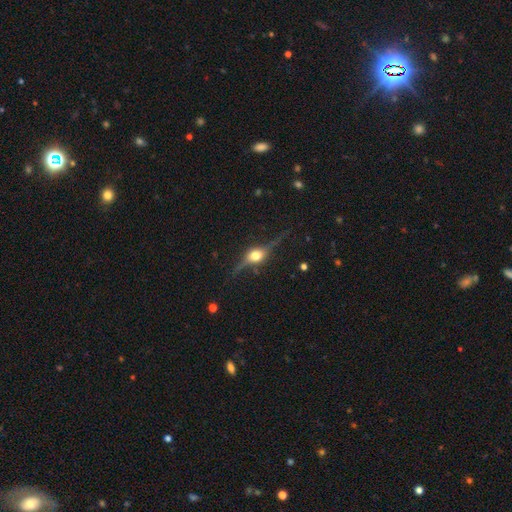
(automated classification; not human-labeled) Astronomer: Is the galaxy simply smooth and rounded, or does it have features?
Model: featured or disk — 80%.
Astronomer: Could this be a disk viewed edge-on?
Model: yes — 93%.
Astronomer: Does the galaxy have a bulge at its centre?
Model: rounded — 95%.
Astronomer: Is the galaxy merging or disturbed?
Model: none — 81%.